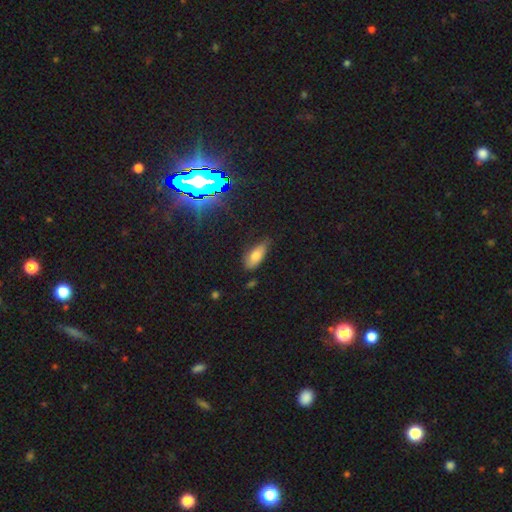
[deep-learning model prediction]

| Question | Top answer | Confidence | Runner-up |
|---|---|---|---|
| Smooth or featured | smooth | 76% | featured or disk (13%) |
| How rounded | in between | 82% | cigar-shaped (15%) |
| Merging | none | 60% | minor disturbance (31%) |